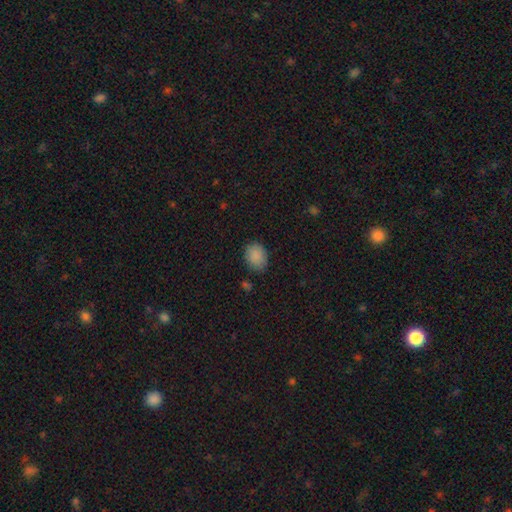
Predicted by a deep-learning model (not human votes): This is clearly a smooth galaxy (87%). How rounded: possibly in between (58%). Merging: clearly none (80%).